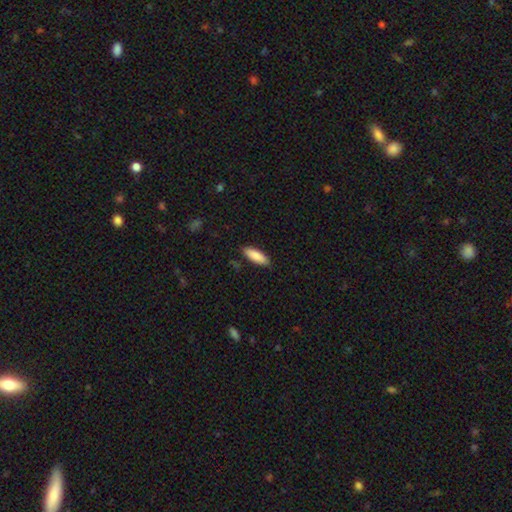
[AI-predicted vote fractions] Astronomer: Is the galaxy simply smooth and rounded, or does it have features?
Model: smooth — 87%.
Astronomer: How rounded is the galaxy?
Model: in between — 58% (runner-up: cigar-shaped, 40%).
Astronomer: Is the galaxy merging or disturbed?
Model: none — 87%.